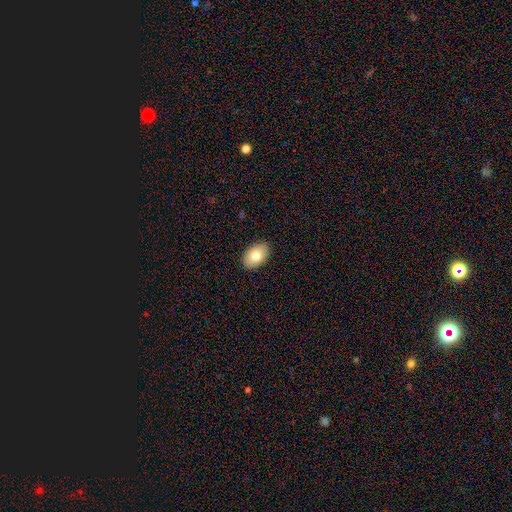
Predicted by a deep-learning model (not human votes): Smooth or featured: smooth — 78% (featured or disk — 15%)
How rounded: in between — 90% (round — 8%)
Merging: none — 89% (minor disturbance — 8%)